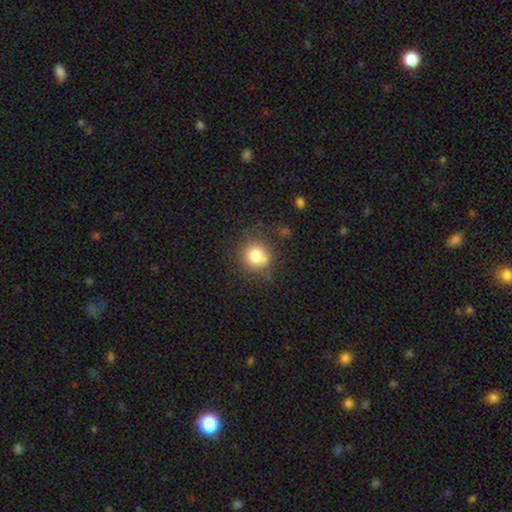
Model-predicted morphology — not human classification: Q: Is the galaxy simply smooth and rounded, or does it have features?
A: smooth — 79%.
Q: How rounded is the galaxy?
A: round — 88%.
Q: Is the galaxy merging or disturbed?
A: none — 68%.